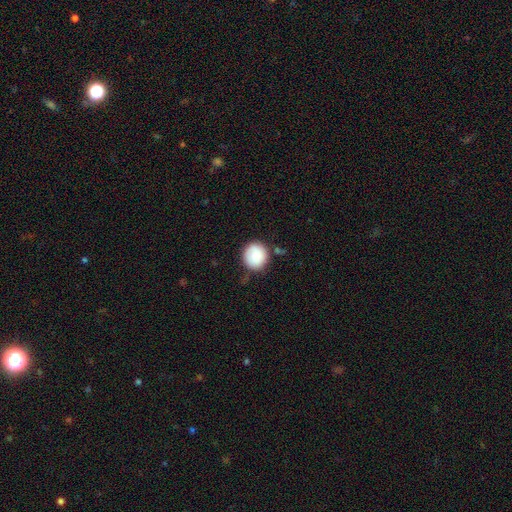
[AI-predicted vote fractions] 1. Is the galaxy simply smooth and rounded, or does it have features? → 84% smooth, 9% featured or disk, 7% star or artifact.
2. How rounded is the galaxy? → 92% round, 7% in between, 1% cigar-shaped.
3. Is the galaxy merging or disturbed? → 72% none, 19% minor disturbance, 4% major disturbance, 4% merger.